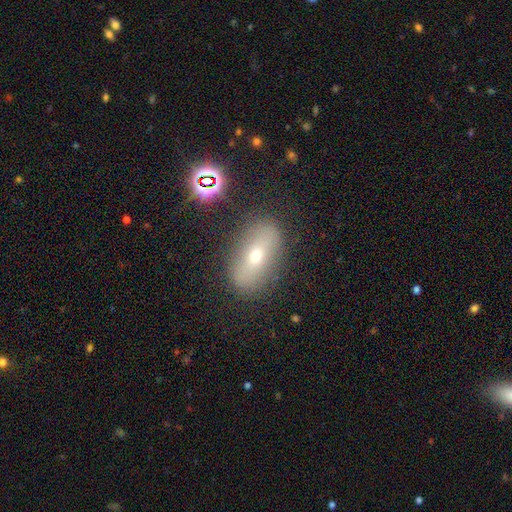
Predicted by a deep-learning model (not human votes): Overall: smooth (50%; featured or disk 35%). How rounded: in between (82%). Merging: none (82%).